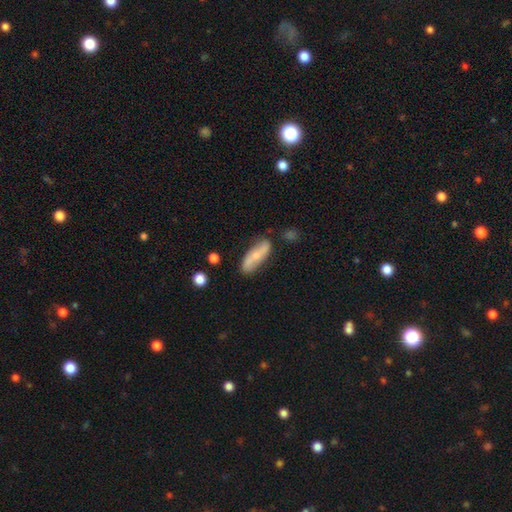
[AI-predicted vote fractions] Smooth or featured?
  - featured or disk: 47% *
  - smooth: 46%
  - star or artifact: 6%
Merging?
  - none: 77% *
  - minor disturbance: 17%
  - major disturbance: 4%
  - merger: 3%